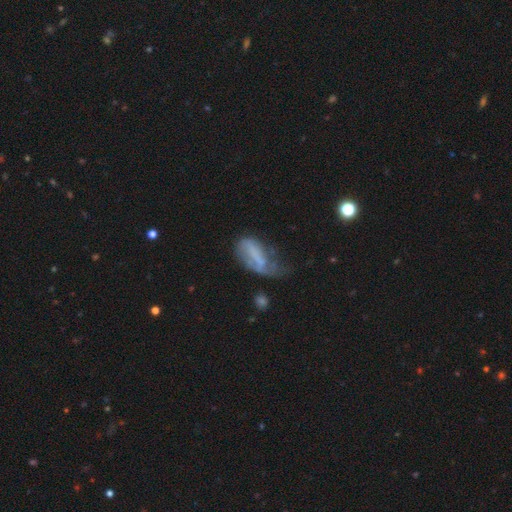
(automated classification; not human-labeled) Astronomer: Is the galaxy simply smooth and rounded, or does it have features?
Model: smooth — 47% (runner-up: featured or disk, 43%).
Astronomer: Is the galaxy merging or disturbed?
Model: major disturbance — 39% (runner-up: minor disturbance, 33%).